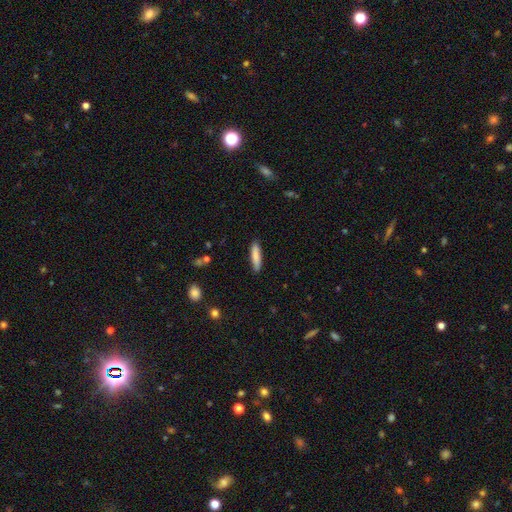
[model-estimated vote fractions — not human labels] A smooth galaxy with no disk features (83%) that is cigar-shaped (84%). Merging: none (89%).